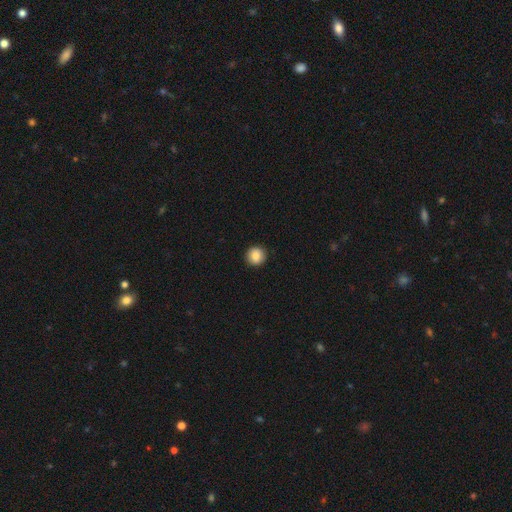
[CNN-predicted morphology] A smooth galaxy with no disk features (86%) that is round (95%).

Vote fractions:
- Smooth or featured? smooth: 86% / star or artifact: 9% / featured or disk: 6%
- How rounded? round: 95% / in between: 4% / cigar-shaped: 1%
- Merging? none: 93% / minor disturbance: 5% / major disturbance: 2% / merger: 1%